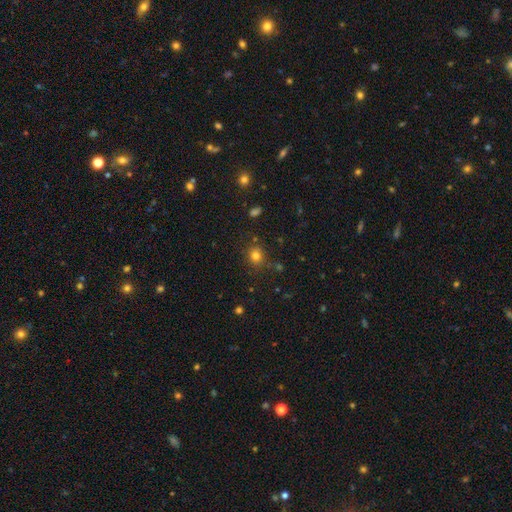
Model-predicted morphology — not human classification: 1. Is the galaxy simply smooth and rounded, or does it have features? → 78% smooth, 16% star or artifact, 6% featured or disk.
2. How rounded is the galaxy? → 79% round, 20% in between, 1% cigar-shaped.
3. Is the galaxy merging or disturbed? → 81% none, 12% minor disturbance, 4% merger, 4% major disturbance.